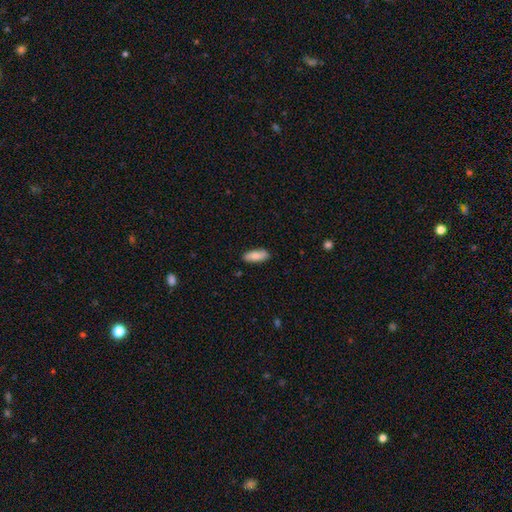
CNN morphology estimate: type=smooth (83%); roundness=in between (71%); merging=none (88%).